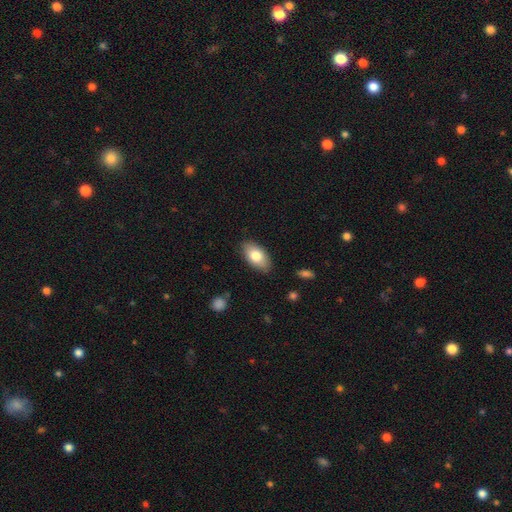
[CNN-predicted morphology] smooth_or_featured: smooth (p=0.79) [alt: featured or disk p=0.15]
how_rounded: in between (p=0.93) [alt: round p=0.04]
merging: none (p=0.85) [alt: minor disturbance p=0.11]